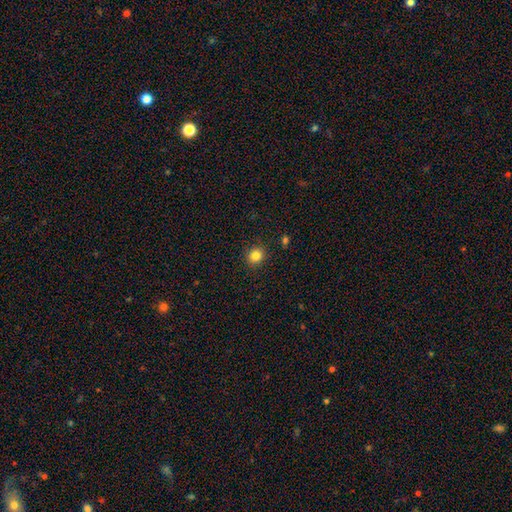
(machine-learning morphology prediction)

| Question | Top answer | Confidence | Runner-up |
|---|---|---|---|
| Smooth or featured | smooth | 83% | star or artifact (12%) |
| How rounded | round | 85% | in between (14%) |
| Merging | none | 90% | minor disturbance (7%) |